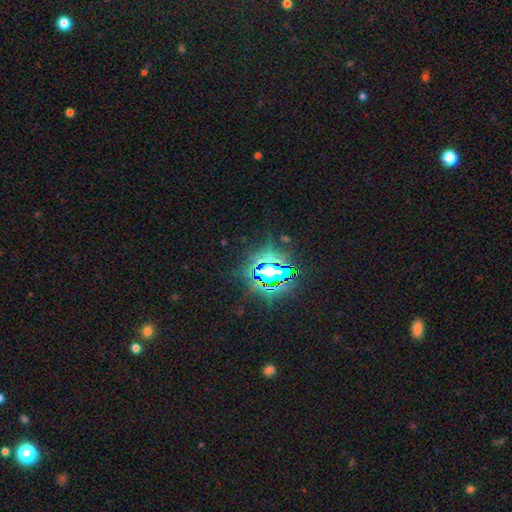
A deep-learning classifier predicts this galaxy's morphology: Smooth or featured? Predicted: star or artifact (p=0.80).